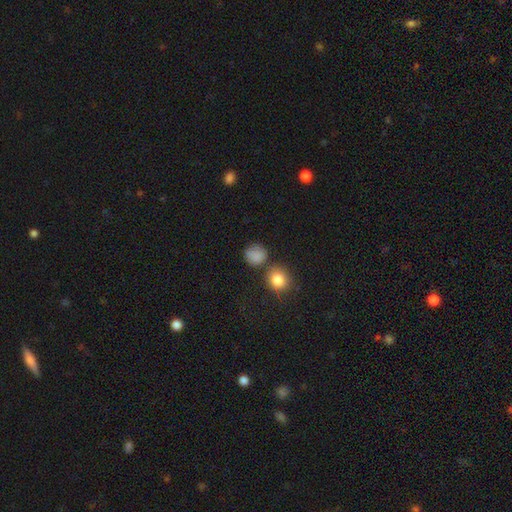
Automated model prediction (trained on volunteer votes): Q: Smooth or featured?
A: smooth (84%); runner-up: star or artifact (10%)
Q: How rounded?
A: round (84%); runner-up: in between (15%)
Q: Merging?
A: none (67%); runner-up: minor disturbance (16%)